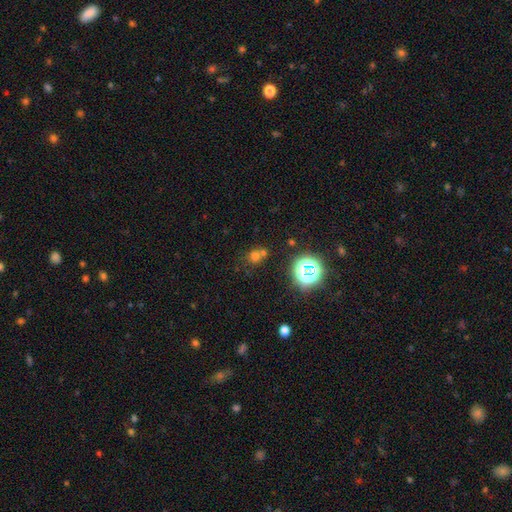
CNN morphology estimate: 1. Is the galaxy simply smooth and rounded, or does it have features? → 58% smooth, 32% star or artifact, 10% featured or disk.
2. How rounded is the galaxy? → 81% round, 18% in between, 1% cigar-shaped.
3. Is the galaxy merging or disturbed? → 55% none, 31% merger, 9% minor disturbance, 4% major disturbance.